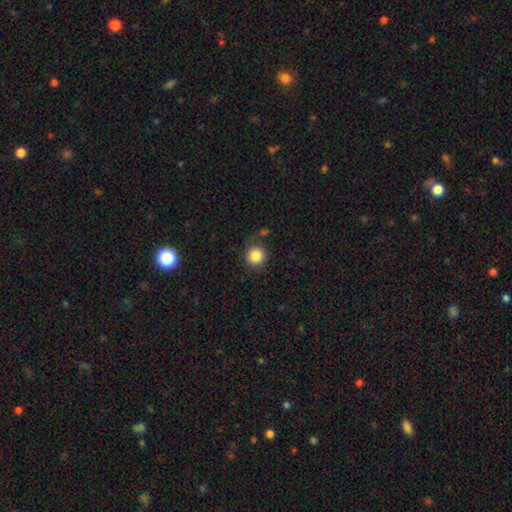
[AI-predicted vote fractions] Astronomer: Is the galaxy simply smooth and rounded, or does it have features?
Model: smooth — 85%.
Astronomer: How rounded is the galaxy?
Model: round — 91%.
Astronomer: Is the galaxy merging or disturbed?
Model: none — 78%.